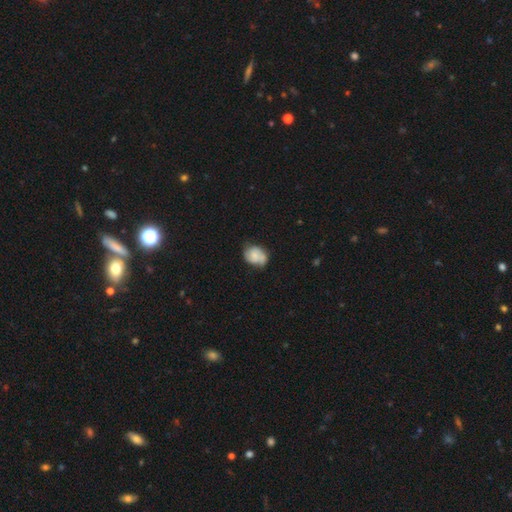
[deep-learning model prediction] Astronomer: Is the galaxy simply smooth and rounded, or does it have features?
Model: smooth — 61%.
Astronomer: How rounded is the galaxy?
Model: in between — 59% (runner-up: round, 40%).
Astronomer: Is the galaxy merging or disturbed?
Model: none — 52% (runner-up: minor disturbance, 35%).